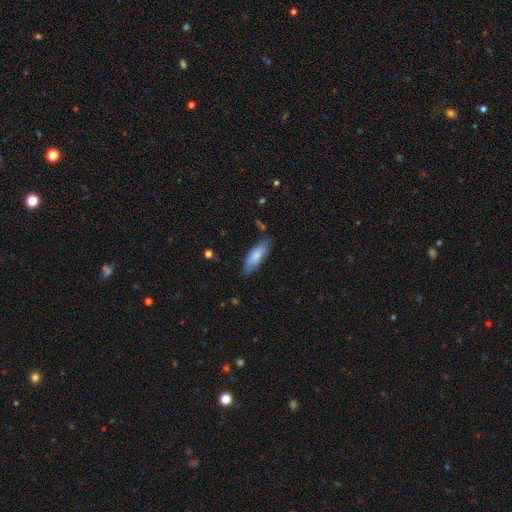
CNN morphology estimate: Smooth or featured? Predicted: smooth (p=0.77). How rounded? Predicted: in between (p=0.57). Merging? Predicted: none (p=0.74).